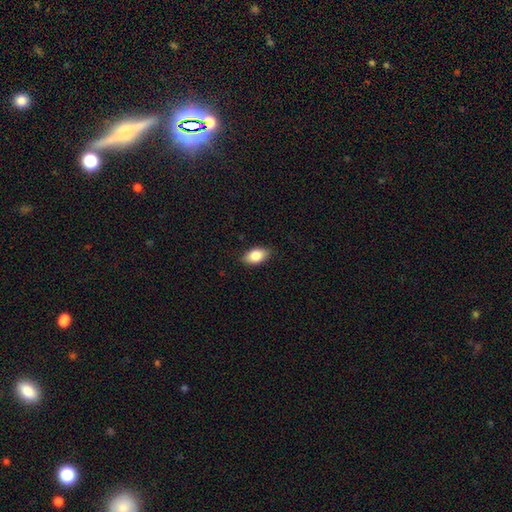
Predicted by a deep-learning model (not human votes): Smooth or featured?
  - smooth: 84% *
  - featured or disk: 9%
  - star or artifact: 7%
How rounded?
  - in between: 91% *
  - round: 7%
  - cigar-shaped: 3%
Merging?
  - none: 86% *
  - minor disturbance: 11%
  - major disturbance: 2%
  - merger: 1%